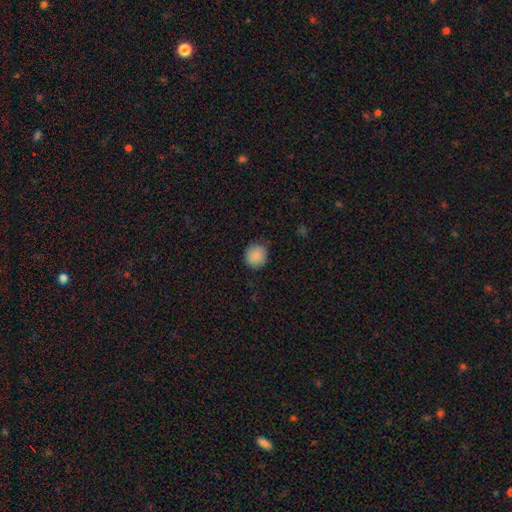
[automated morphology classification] This appears to be a smooth galaxy with no disk features (89%) that is round (88%). Merging: none (85%).